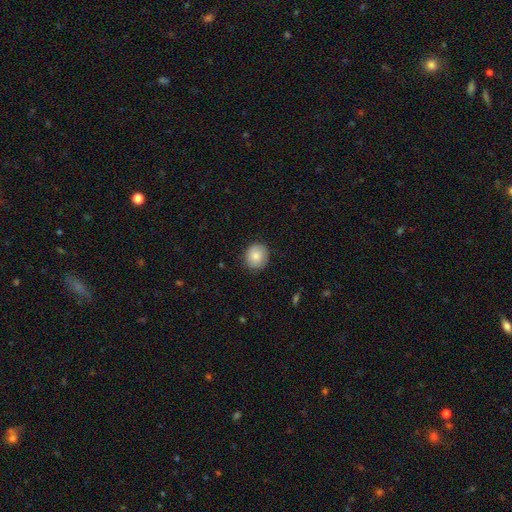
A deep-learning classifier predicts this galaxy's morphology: This is clearly a smooth galaxy (83%). How rounded: likely round (77%). Merging: clearly none (86%).